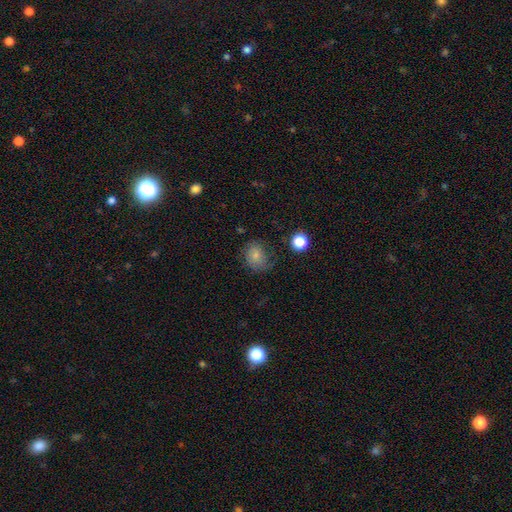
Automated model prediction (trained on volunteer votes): Overall: smooth (65%). How rounded: round (60%; in between 39%). Merging: none (59%; minor disturbance 26%).